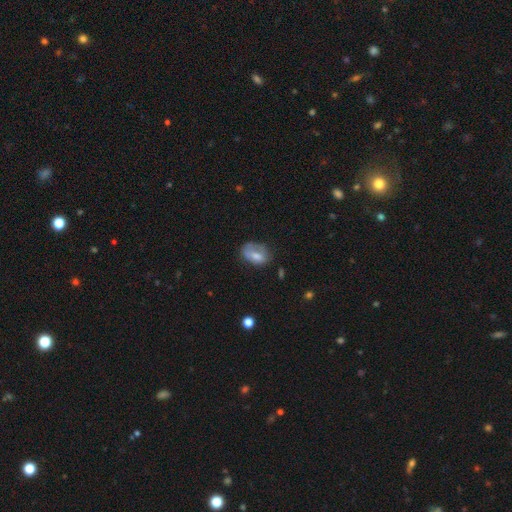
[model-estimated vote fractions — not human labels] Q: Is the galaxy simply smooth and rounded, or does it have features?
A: smooth — 62%.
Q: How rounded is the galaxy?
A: in between — 81%.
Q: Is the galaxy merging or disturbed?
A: none — 42%.